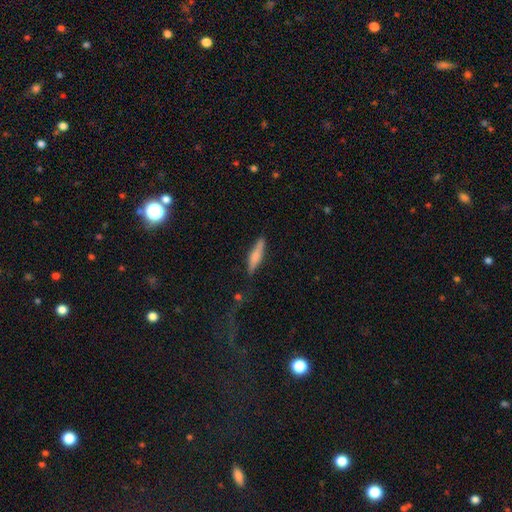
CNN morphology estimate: Q: Smooth or featured?
A: smooth (64%); runner-up: featured or disk (30%)
Q: How rounded?
A: cigar-shaped (79%); runner-up: in between (19%)
Q: Merging?
A: none (79%); runner-up: minor disturbance (15%)